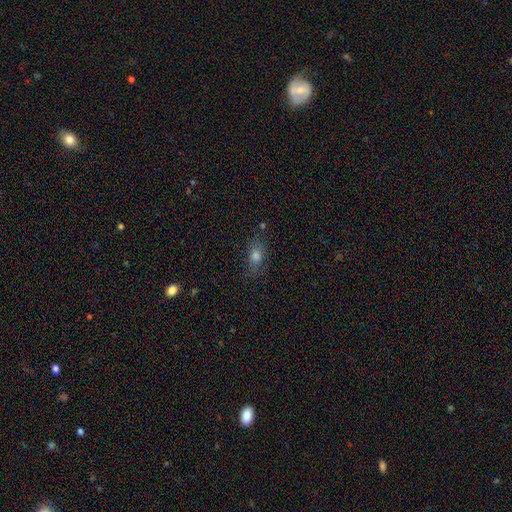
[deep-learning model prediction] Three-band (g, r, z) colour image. It shows a smooth galaxy with no disk features (69%) that is in between round and cigar-shaped (70%). Merging: none (75%).